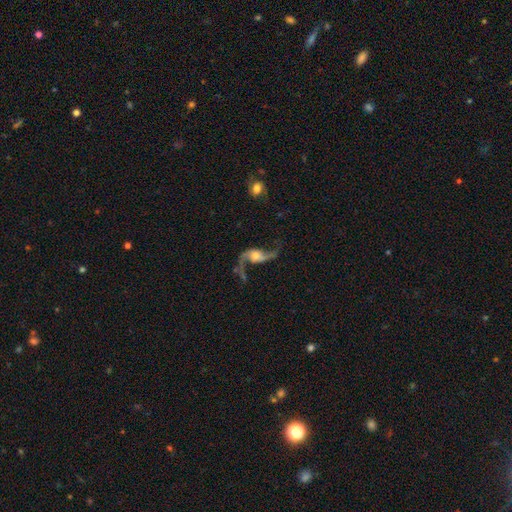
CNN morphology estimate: smooth-or-featured: featured or disk: 86% | smooth: 7% | star or artifact: 6%
  disk-edge-on: no: 95% | yes: 5%
    bar: no: 61% | weak: 28% | strong: 11%
    has-spiral-arms: yes: 95% | no: 5%
      spiral-winding: loose: 90% | medium: 8% | tight: 2%
      spiral-arm-count: 2: 92% | 1: 4% | can't tell: 2% | 3: 1% | 4: 1% | more than 4: 1%
    bulge-size: moderate: 50% | small: 31% | large: 12% | none: 5% | dominant: 3%
  merging: none: 57% | major disturbance: 20% | minor disturbance: 16% | merger: 6%